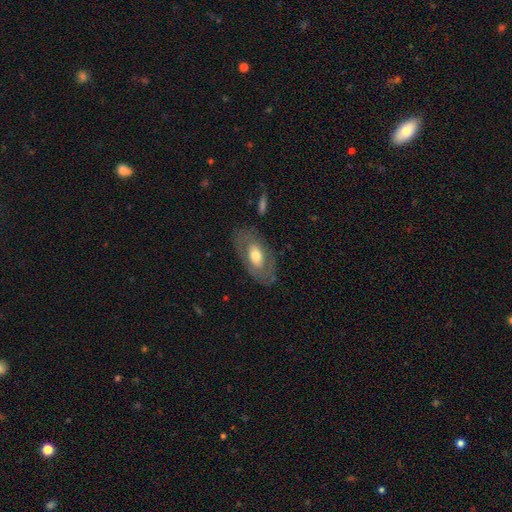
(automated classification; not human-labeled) Smooth or featured? Predicted: featured or disk (p=0.50). Merging? Predicted: none (p=0.77).